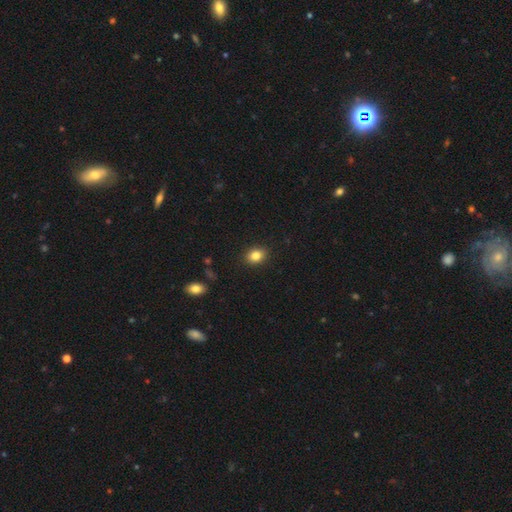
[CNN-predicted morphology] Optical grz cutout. It shows a smooth galaxy with no disk features (85%) that is in between round and cigar-shaped (59%). Merging: none (90%).